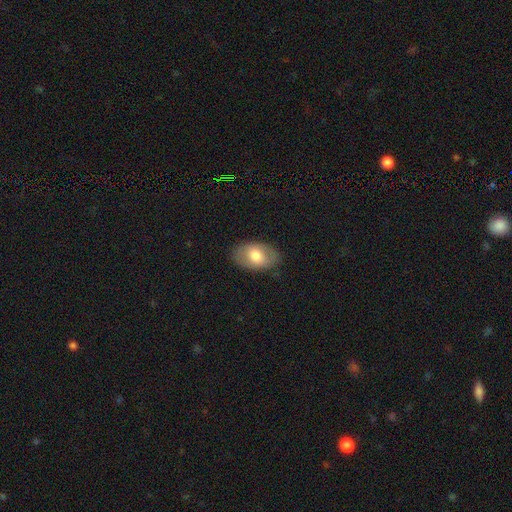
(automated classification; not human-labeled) Smooth or featured? smooth (66%)
How rounded? in between (90%)
Merging? none (84%)